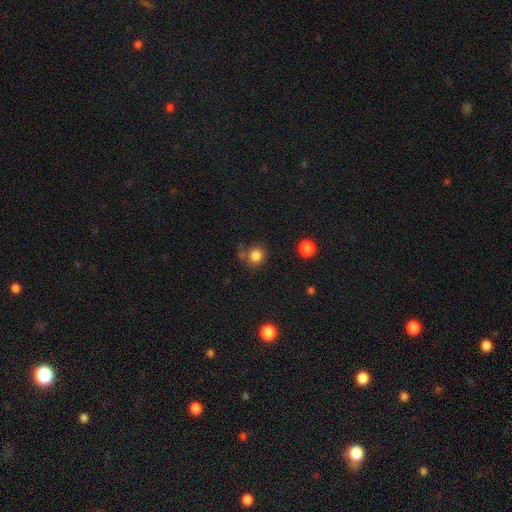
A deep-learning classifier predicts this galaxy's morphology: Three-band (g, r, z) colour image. It shows a smooth galaxy with no disk features (83%) that is round (87%). Merging: none (69%).